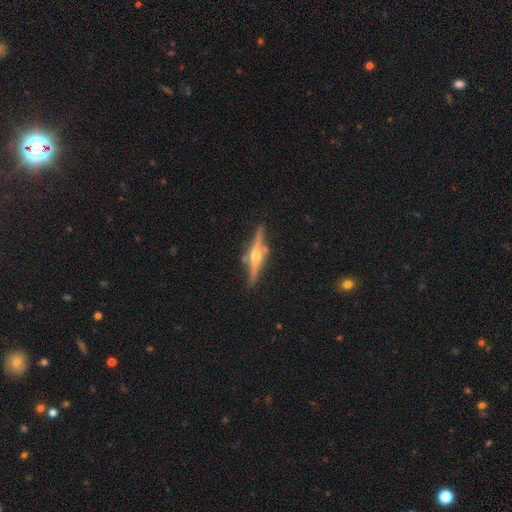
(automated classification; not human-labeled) Smooth or featured? featured or disk (83%)
Edge-on disk? yes (97%)
Edge-on bulge? rounded (93%)
Merging? none (85%)